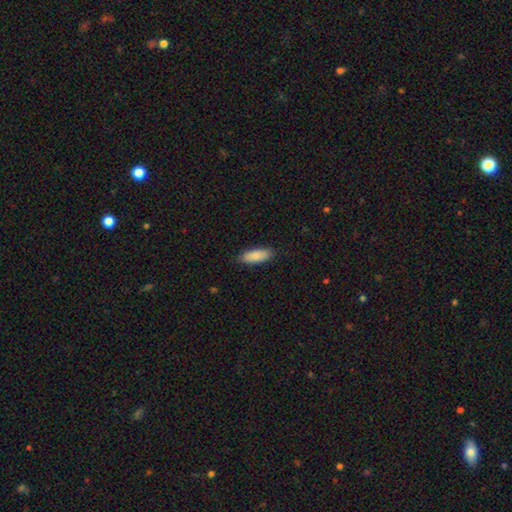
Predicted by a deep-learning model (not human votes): Smooth or featured? smooth (88%)
How rounded? in between (72%)
Merging? none (88%)